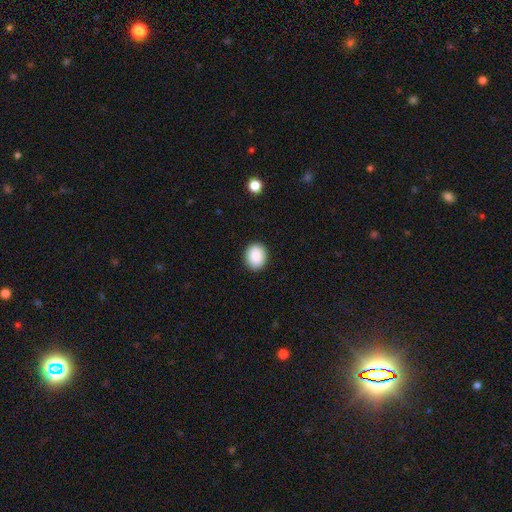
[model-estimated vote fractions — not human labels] This is clearly a smooth galaxy (89%). How rounded: possibly round (51%). Merging: clearly none (90%).